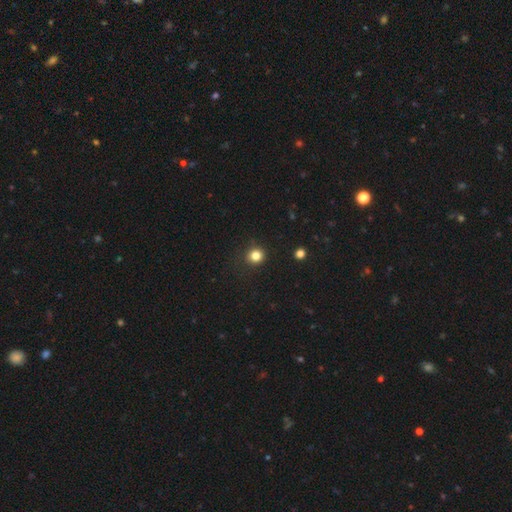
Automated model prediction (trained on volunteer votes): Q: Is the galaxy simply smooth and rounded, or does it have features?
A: smooth — 82%.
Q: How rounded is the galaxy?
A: round — 90%.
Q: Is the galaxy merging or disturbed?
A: none — 88%.